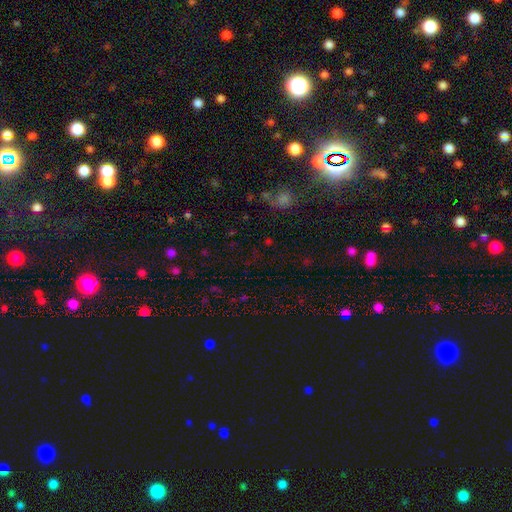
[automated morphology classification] Smooth or featured: star or artifact — 55% (smooth — 34%)